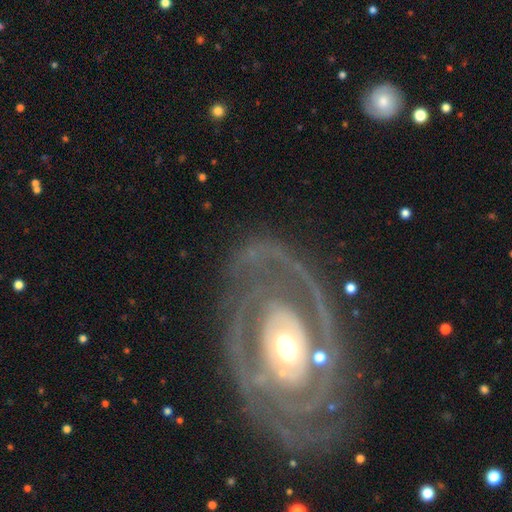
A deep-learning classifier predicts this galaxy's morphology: Smooth or featured?
  - featured or disk: 84% *
  - smooth: 10%
  - star or artifact: 5%
Edge-on disk?
  - no: 95% *
  - yes: 5%
Bar?
  - no: 64% *
  - weak: 21%
  - strong: 15%
Spiral arms?
  - yes: 77% *
  - no: 23%
Spiral winding?
  - tight: 67% *
  - medium: 23%
  - loose: 10%
Spiral arm count?
  - 2: 35% *
  - can't tell: 30%
  - 3: 12%
  - 1: 10%
  - 4: 7%
  - more than 4: 6%
Bulge size?
  - moderate: 66% *
  - large: 19%
  - small: 12%
  - dominant: 2%
  - none: 1%
Merging?
  - none: 70% *
  - minor disturbance: 15%
  - major disturbance: 12%
  - merger: 2%